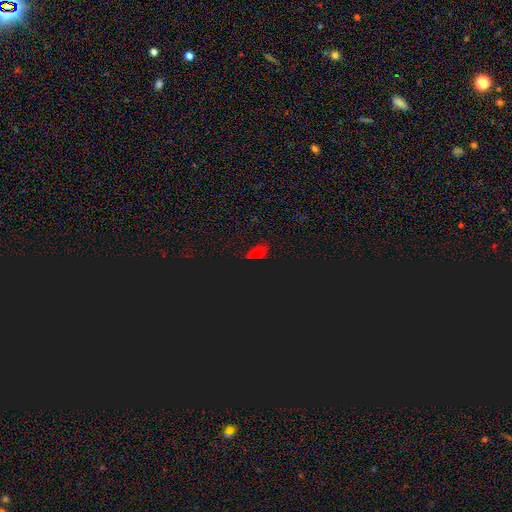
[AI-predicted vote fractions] smooth_or_featured: star or artifact (p=0.54) [alt: smooth p=0.39]